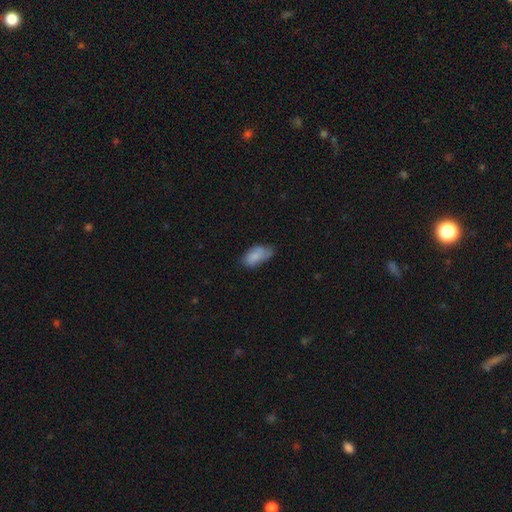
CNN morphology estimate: smooth_or_featured: smooth (p=0.78) [alt: featured or disk p=0.14]
how_rounded: in between (p=0.92) [alt: cigar-shaped p=0.04]
merging: none (p=0.45) [alt: minor disturbance p=0.40]